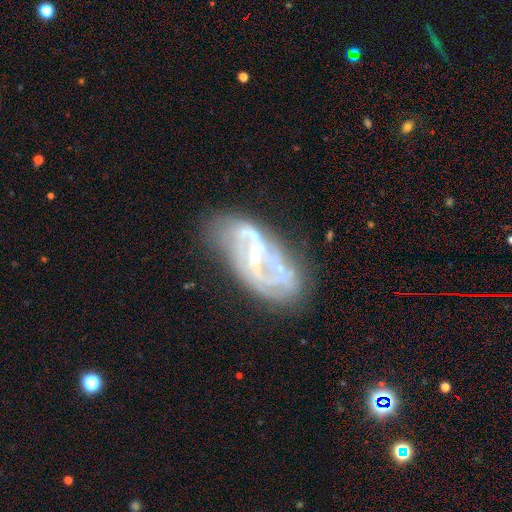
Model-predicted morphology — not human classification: Smooth or featured: featured or disk — 81% (smooth — 11%)
Edge-on disk: no — 93% (yes — 7%)
Bar: weak — 35% (no — 34%)
Spiral arms: yes — 73% (no — 27%)
Spiral winding: medium — 39% (tight — 36%)
Spiral arm count: 2 — 45% (can't tell — 33%)
Bulge size: small — 71% (moderate — 22%)
Merging: none — 54% (minor disturbance — 23%)